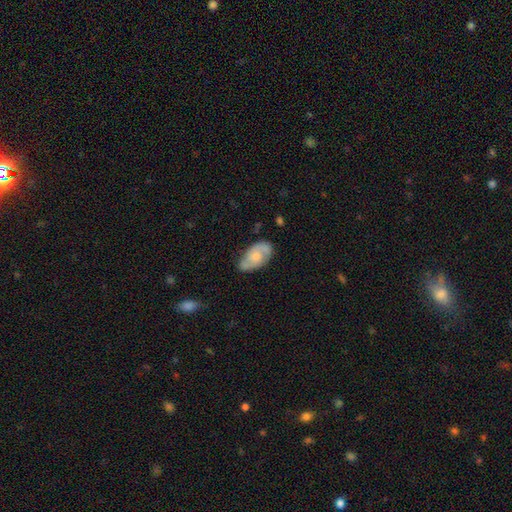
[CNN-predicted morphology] The model was most divided on "bulge size": small: 45%, moderate: 43%, none: 7%, large: 4%, dominant: 1%. More confident: edge-on disk — no (94%); spiral arms — yes (85%); bar — no (73%); merging — none (69%); smooth or featured — featured or disk (59%).